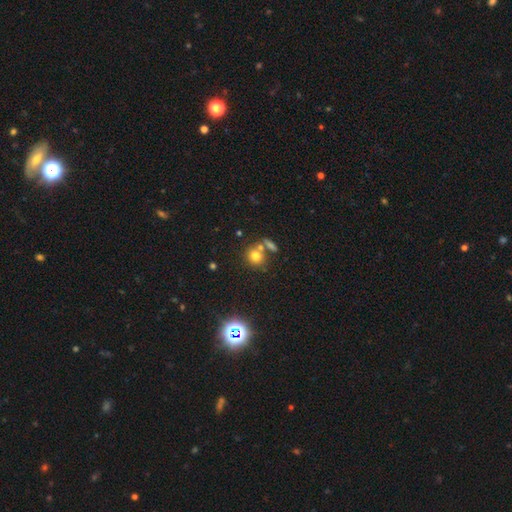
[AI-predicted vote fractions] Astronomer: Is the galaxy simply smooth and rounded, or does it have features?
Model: smooth — 71%.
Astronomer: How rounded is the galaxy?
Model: round — 82%.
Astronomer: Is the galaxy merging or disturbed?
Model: none — 61%.